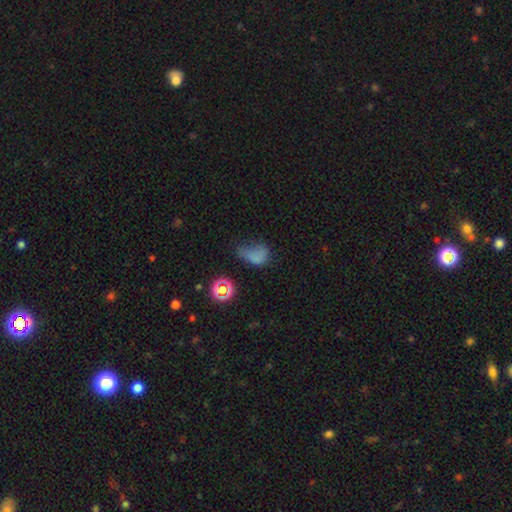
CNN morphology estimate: A smooth galaxy with no disk features (63%) that is in between round and cigar-shaped (76%). Merging: major disturbance (38%).